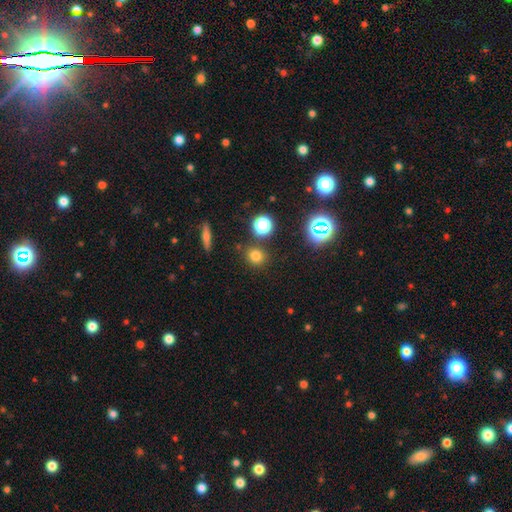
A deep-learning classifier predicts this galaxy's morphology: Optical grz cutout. It shows a smooth galaxy with no disk features (73%) that is round (85%). Merging: none (84%).